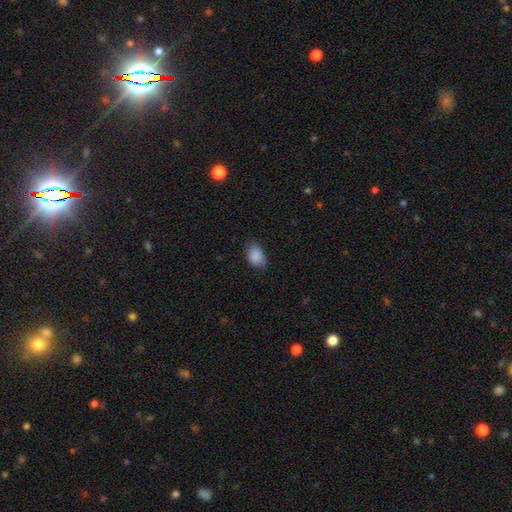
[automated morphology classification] Smooth or featured? Predicted: smooth (p=0.88). How rounded? Predicted: in between (p=0.84). Merging? Predicted: none (p=0.68).